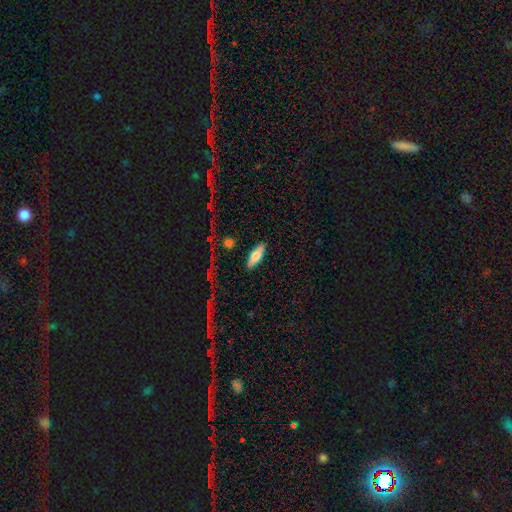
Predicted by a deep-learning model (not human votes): A smooth galaxy with no disk features (66%) that is in between round and cigar-shaped (65%). Merging: none (86%).